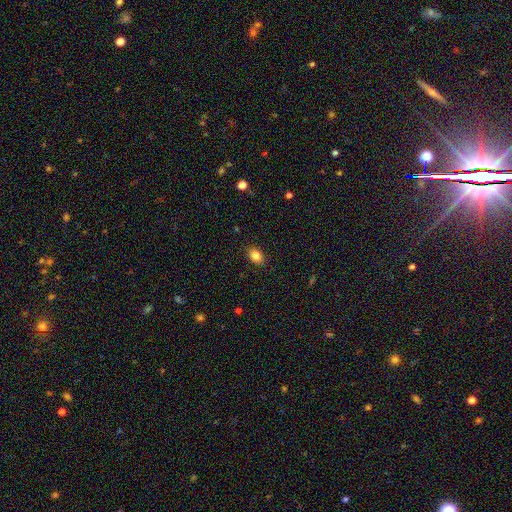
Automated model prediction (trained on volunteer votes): A smooth galaxy with no disk features (84%) that is in between round and cigar-shaped (77%). Merging: none (88%).